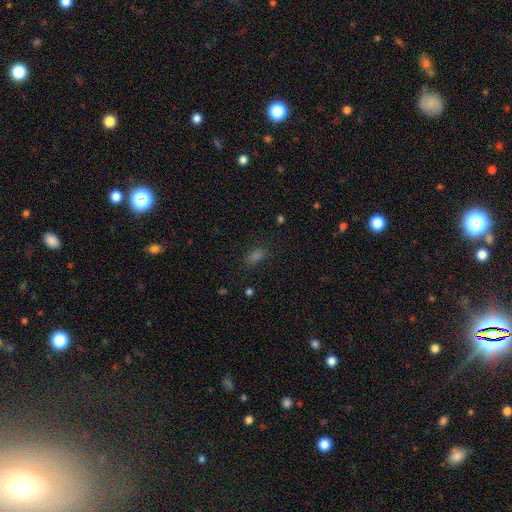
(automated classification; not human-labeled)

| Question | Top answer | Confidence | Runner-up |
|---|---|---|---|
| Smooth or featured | smooth | 73% | star or artifact (22%) |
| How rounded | in between | 84% | round (8%) |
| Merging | none | 83% | minor disturbance (11%) |